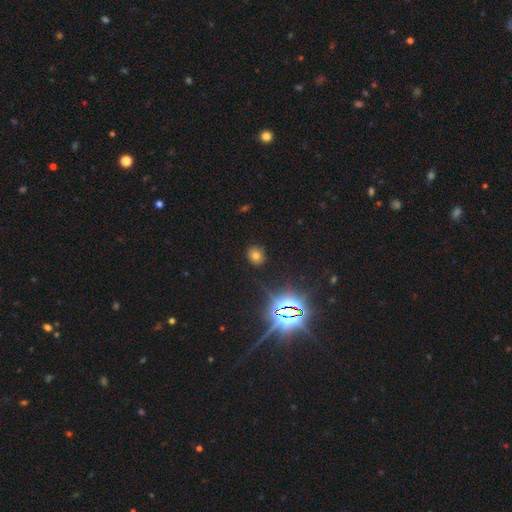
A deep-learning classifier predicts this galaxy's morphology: Smooth or featured? Predicted: smooth (p=0.65). How rounded? Predicted: round (p=0.72). Merging? Predicted: none (p=0.87).